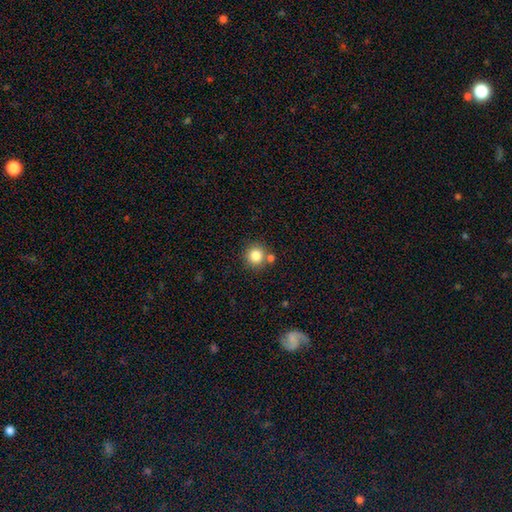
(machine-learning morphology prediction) smooth_or_featured: smooth (p=0.83) [alt: star or artifact p=0.11]
how_rounded: round (p=0.92) [alt: in between p=0.07]
merging: none (p=0.75) [alt: merger p=0.14]